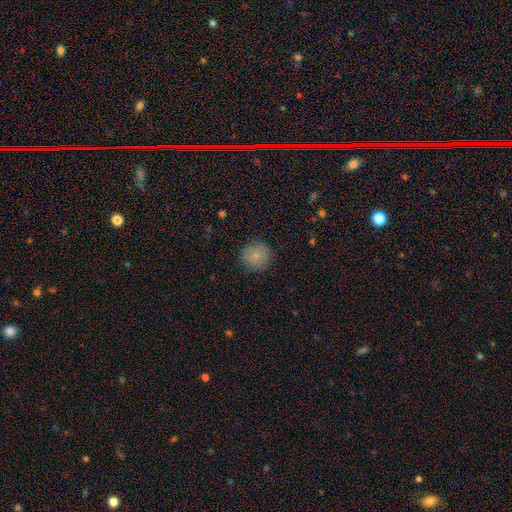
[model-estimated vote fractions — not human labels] A smooth galaxy with no disk features (82%) that is round (91%).

Vote fractions:
- Smooth or featured? smooth: 82% / featured or disk: 9% / star or artifact: 9%
- How rounded? round: 91% / in between: 8% / cigar-shaped: 1%
- Merging? none: 86% / minor disturbance: 10% / major disturbance: 3% / merger: 1%